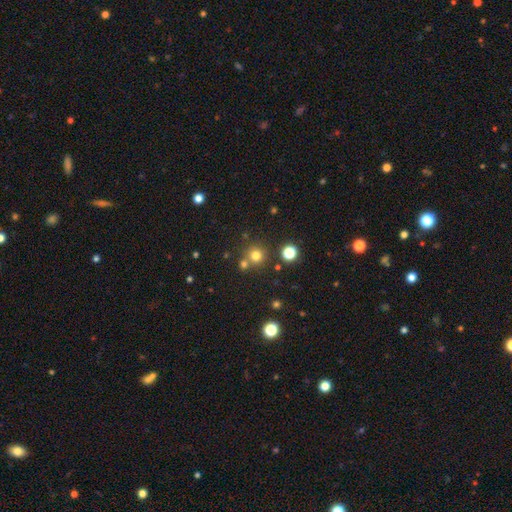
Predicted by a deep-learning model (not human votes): Smooth or featured? Predicted: smooth (p=0.74). How rounded? Predicted: round (p=0.93). Merging? Predicted: none (p=0.73).